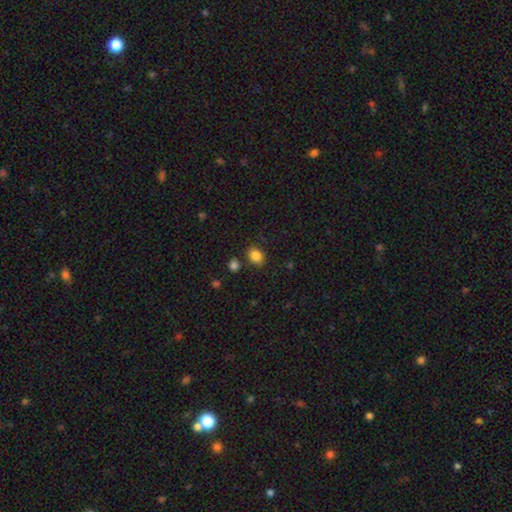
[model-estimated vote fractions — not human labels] smooth-or-featured: smooth: 85% | star or artifact: 10% | featured or disk: 5%
  how-rounded: in between: 57% | round: 42% | cigar-shaped: 1%
  merging: none: 80% | minor disturbance: 11% | merger: 6% | major disturbance: 3%